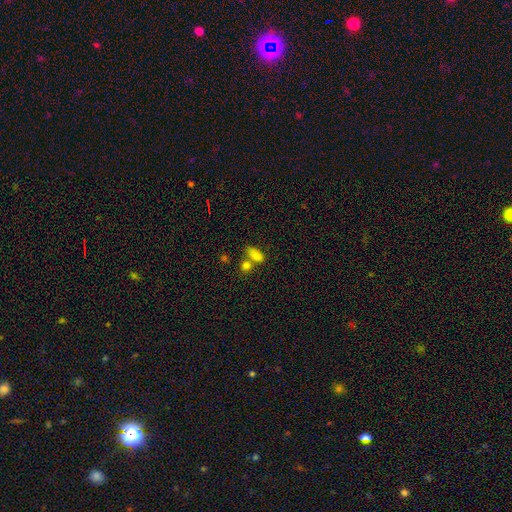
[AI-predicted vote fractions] smooth_or_featured: smooth (p=0.76) [alt: star or artifact p=0.15]
how_rounded: in between (p=0.79) [alt: round p=0.14]
merging: none (p=0.41) [alt: merger p=0.38]